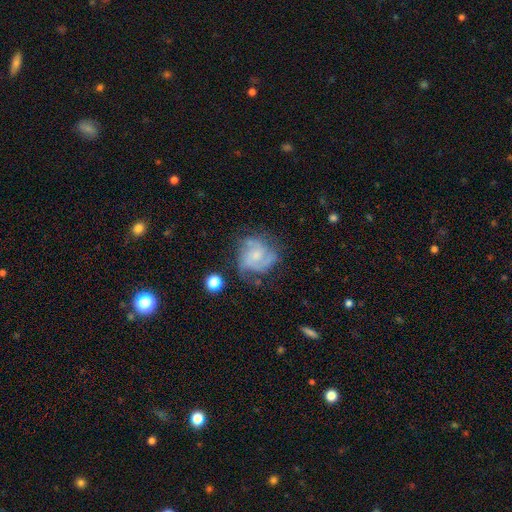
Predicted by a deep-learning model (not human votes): Morphology: type=featured or disk (76%); edge-on=no (98%); bar=no (65%); spiral arms=yes (91%); winding=medium (45%); arm count=3 (37%); bulge=small (61%); merging=none (58%).